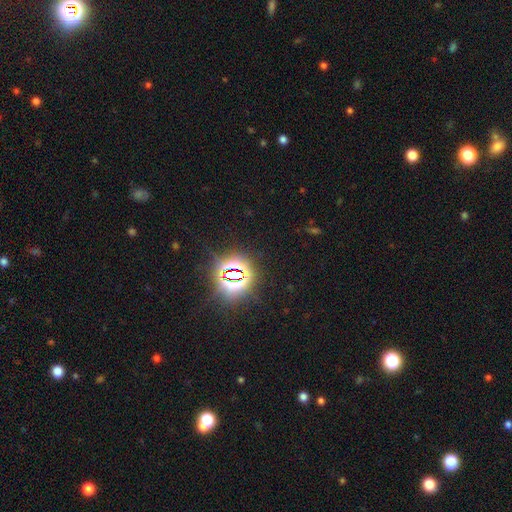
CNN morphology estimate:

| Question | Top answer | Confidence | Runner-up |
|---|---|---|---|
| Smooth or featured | star or artifact | 83% | smooth (11%) |